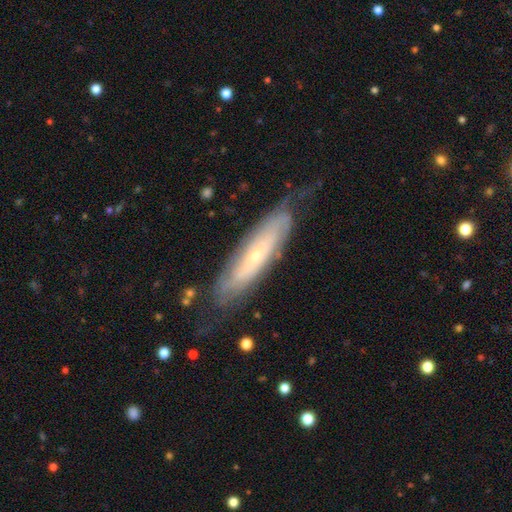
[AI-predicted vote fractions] Smooth or featured?
  - featured or disk: 68% *
  - smooth: 25%
  - star or artifact: 7%
Edge-on disk?
  - no: 65% *
  - yes: 35%
Merging?
  - none: 68% *
  - minor disturbance: 22%
  - major disturbance: 9%
  - merger: 2%